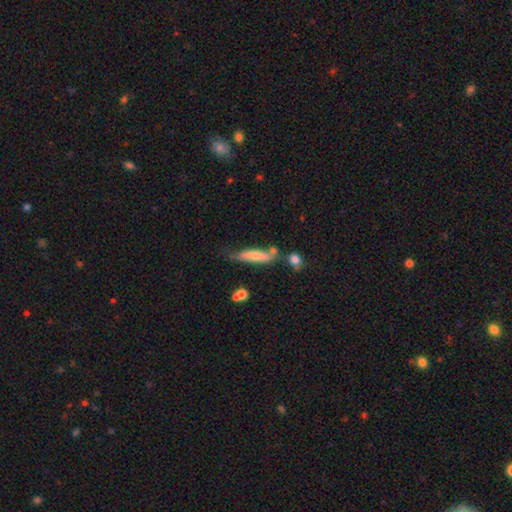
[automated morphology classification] This appears to be a smooth galaxy with no disk features (67%) that is cigar-shaped (76%). Merging: none (50%).